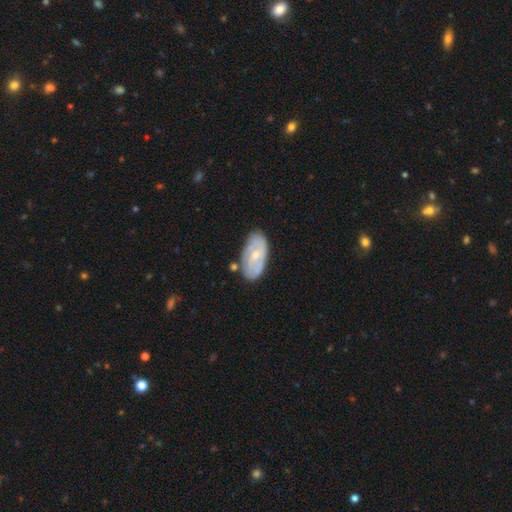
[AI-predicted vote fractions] A featured or disk galaxy (60%) with no bar (54%), spiral arms (61%) and a small central bulge (57%).

Vote fractions:
- Smooth or featured? featured or disk: 60% / smooth: 34% / star or artifact: 6%
- Edge-on disk? no: 92% / yes: 8%
- Bar? no: 54% / weak: 37% / strong: 9%
- Spiral arms? yes: 61% / no: 39%
- Bulge size? small: 57% / moderate: 39% / none: 2% / large: 1% / dominant: 1%
- Merging? none: 72% / minor disturbance: 19% / merger: 5% / major disturbance: 4%